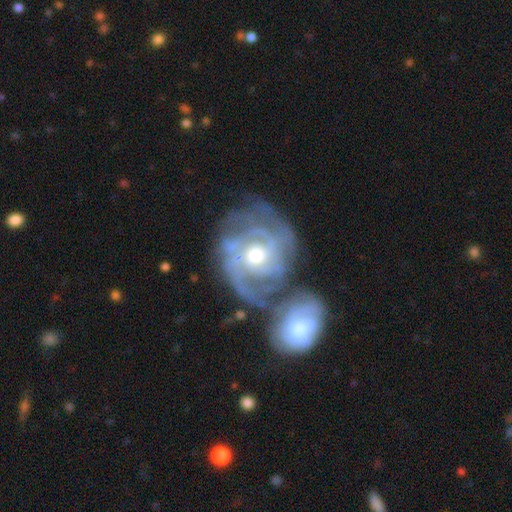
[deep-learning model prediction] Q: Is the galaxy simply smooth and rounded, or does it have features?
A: featured or disk — 87%.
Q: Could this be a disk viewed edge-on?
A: no — 97%.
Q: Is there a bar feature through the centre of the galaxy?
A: no — 60%.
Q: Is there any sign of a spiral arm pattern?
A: yes — 95%.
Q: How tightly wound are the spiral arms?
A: tight — 62%.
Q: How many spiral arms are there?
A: can't tell — 30%.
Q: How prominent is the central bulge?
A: moderate — 70%.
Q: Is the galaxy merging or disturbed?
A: merger — 39%, tied with none.